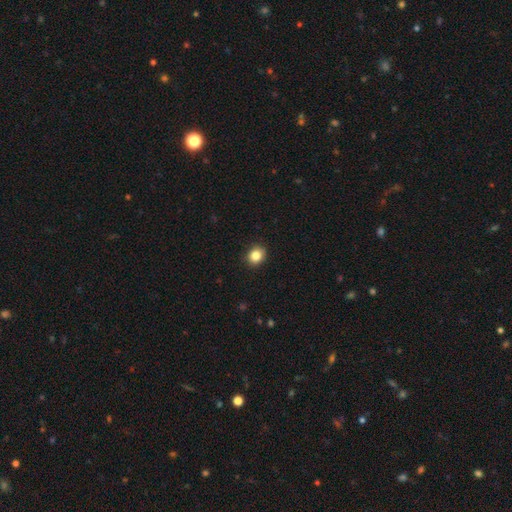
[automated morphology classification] The model was most divided on "how rounded": round: 68%, in between: 32%, cigar-shaped: 1%. More confident: merging — none (90%); smooth or featured — smooth (84%).